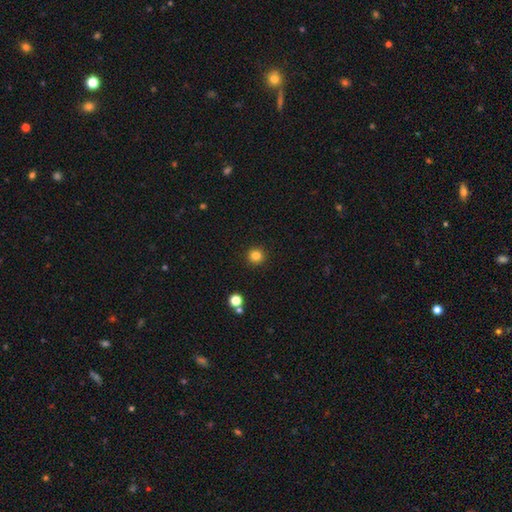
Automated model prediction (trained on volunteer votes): Smooth or featured? Predicted: smooth (p=0.83). How rounded? Predicted: round (p=0.95). Merging? Predicted: none (p=0.92).